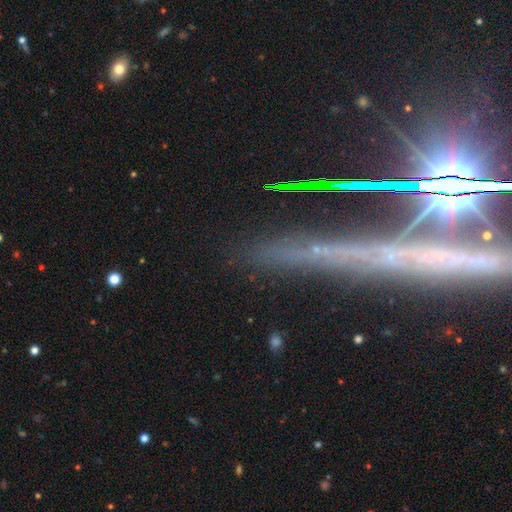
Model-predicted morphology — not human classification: type=star or artifact (48%).